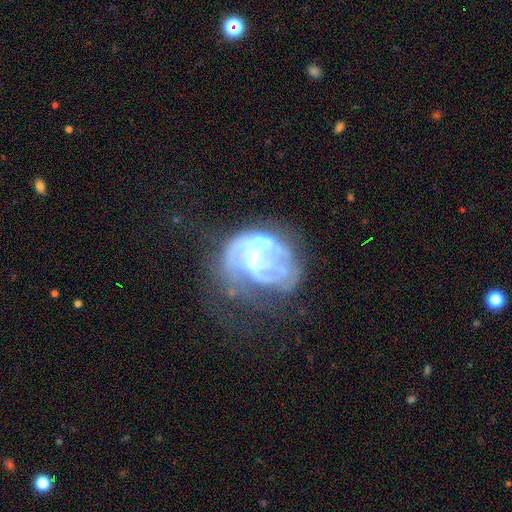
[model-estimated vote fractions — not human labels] Smooth or featured?
  - featured or disk: 76% *
  - smooth: 15%
  - star or artifact: 9%
Edge-on disk?
  - no: 98% *
  - yes: 2%
Bar?
  - weak: 46% *
  - no: 35%
  - strong: 19%
Spiral arms?
  - yes: 63% *
  - no: 37%
Bulge size?
  - moderate: 38% *
  - small: 37%
  - none: 18%
  - large: 6%
  - dominant: 1%
Merging?
  - major disturbance: 43% *
  - none: 28%
  - minor disturbance: 21%
  - merger: 8%